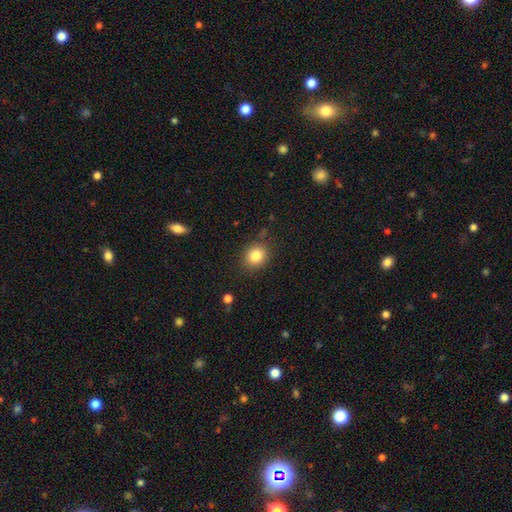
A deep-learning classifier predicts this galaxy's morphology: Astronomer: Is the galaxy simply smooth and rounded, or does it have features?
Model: smooth — 83%.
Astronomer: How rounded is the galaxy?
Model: round — 69%.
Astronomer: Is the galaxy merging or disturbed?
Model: none — 84%.